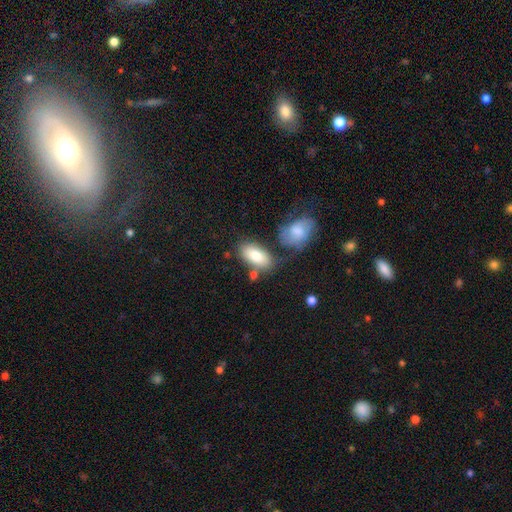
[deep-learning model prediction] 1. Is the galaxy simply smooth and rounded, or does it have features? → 81% smooth, 13% featured or disk, 6% star or artifact.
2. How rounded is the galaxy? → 92% in between, 5% cigar-shaped, 3% round.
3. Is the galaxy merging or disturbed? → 64% none, 16% minor disturbance, 15% merger, 5% major disturbance.